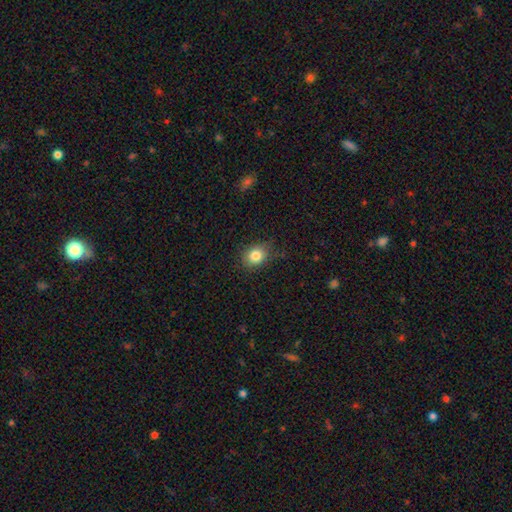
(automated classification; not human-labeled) smooth 83%, star or artifact 10%, featured or disk 7%. Down the decision tree: how rounded — round (56%); merging — none (76%).